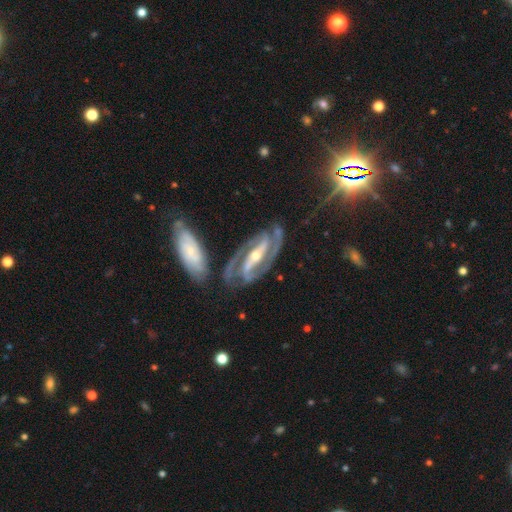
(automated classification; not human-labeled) Smooth or featured? Predicted: featured or disk (p=0.91). Edge-on disk? Predicted: no (p=0.93). Bar? Predicted: strong (p=0.70). Spiral arms? Predicted: yes (p=0.97). Spiral winding? Predicted: medium (p=0.49). Spiral arm count? Predicted: 2 (p=0.91). Bulge size? Predicted: moderate (p=0.51). Merging? Predicted: none (p=0.71).